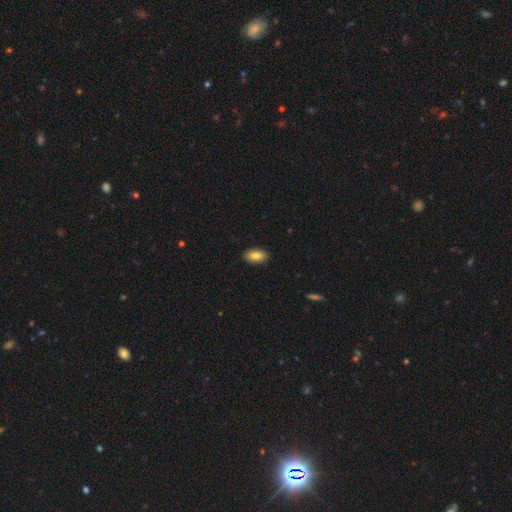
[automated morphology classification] Smooth or featured: smooth — 82% (featured or disk — 11%)
How rounded: in between — 92% (cigar-shaped — 4%)
Merging: none — 89% (minor disturbance — 8%)